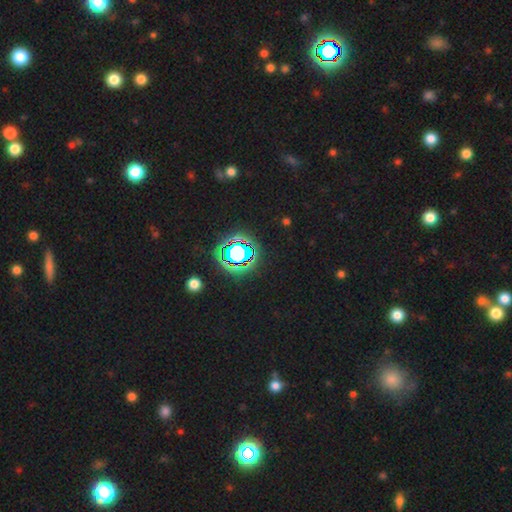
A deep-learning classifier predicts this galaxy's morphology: star or artifact 78%, smooth 15%, featured or disk 8%.